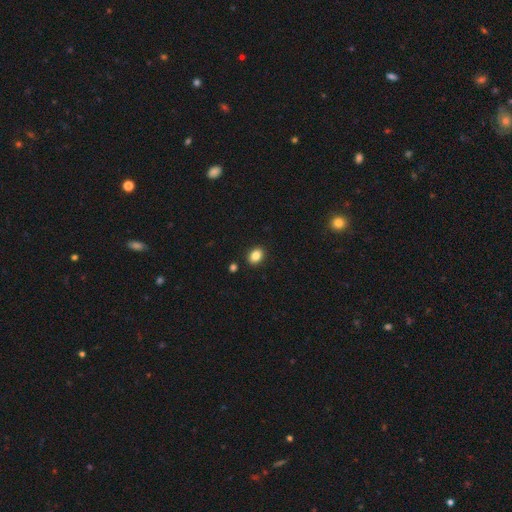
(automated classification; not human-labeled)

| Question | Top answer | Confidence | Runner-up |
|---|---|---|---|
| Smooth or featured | smooth | 85% | star or artifact (9%) |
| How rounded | in between | 65% | round (34%) |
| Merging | none | 89% | minor disturbance (7%) |